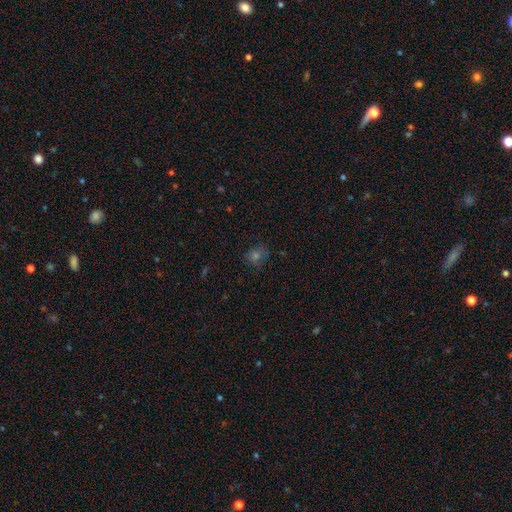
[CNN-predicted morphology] A smooth galaxy with no disk features (61%) that is round (76%). Merging: none (79%).